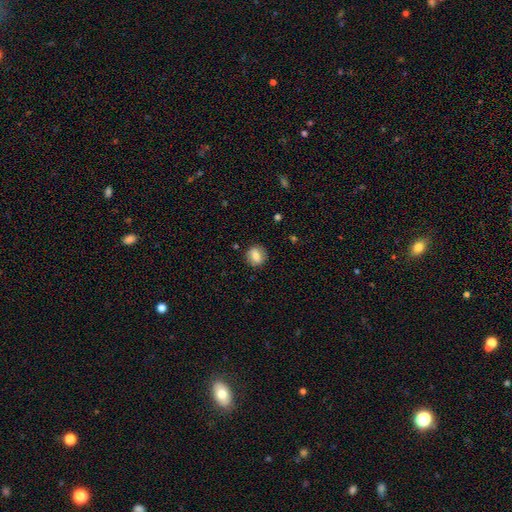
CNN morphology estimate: smooth 72%, featured or disk 19%, star or artifact 9%. Down the decision tree: how rounded — round (80%); merging — none (86%).